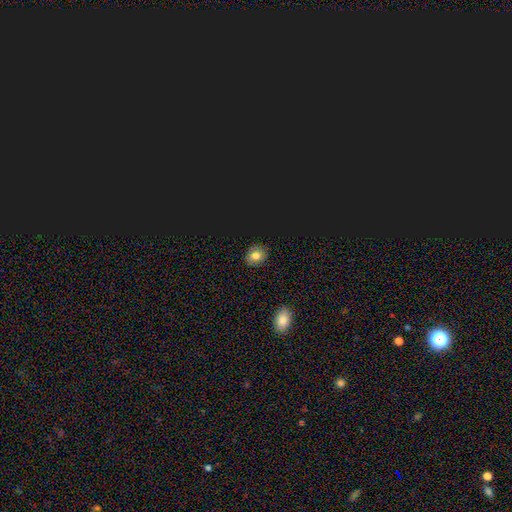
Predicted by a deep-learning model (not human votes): The model was most divided on "how rounded": round: 67%, in between: 31%, cigar-shaped: 1%. More confident: merging — none (88%); smooth or featured — smooth (74%).